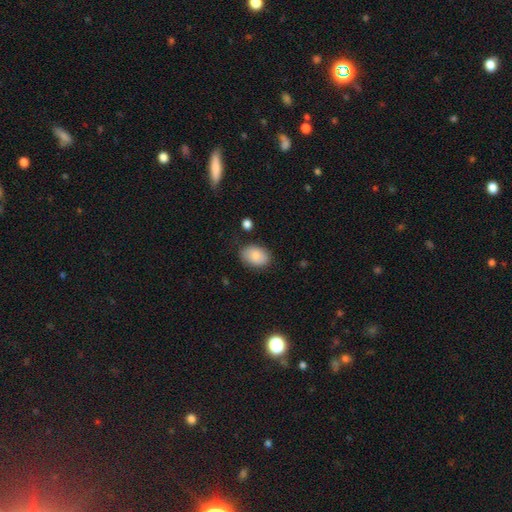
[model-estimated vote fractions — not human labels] Morphology: type=smooth (83%); roundness=in between (83%); merging=none (80%).